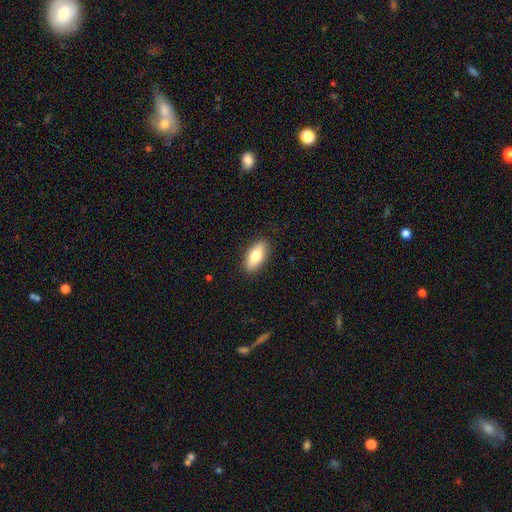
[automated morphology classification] A smooth galaxy with no disk features (76%) that is in between round and cigar-shaped (84%). Merging: none (89%).